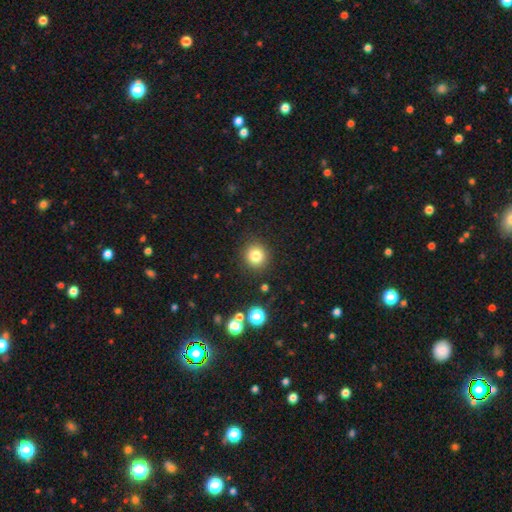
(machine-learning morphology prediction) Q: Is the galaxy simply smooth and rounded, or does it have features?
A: smooth — 81%.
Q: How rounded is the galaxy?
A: round — 91%.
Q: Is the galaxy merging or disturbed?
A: none — 89%.